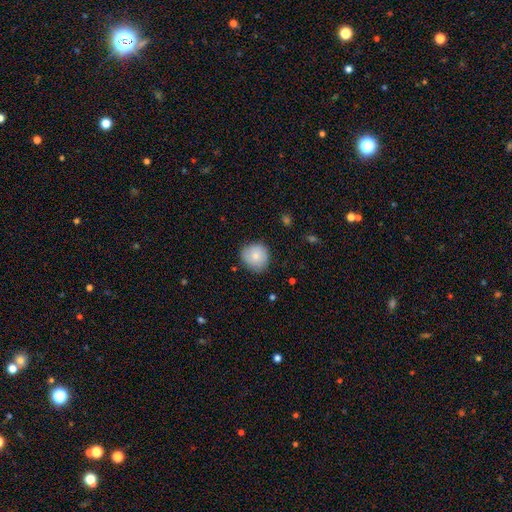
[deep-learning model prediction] A smooth galaxy with no disk features (79%) that is round (88%). Merging: none (80%).